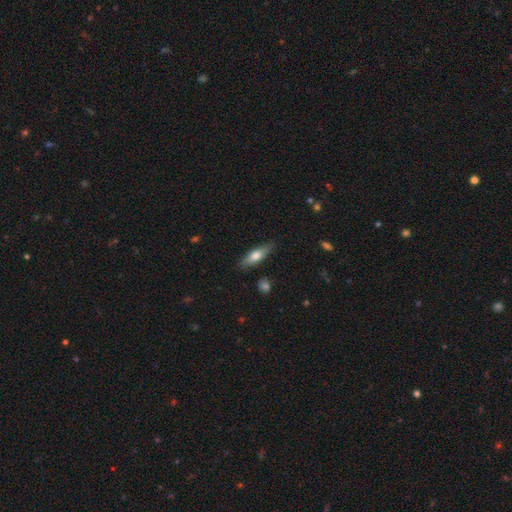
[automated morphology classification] Smooth or featured?
  - smooth: 62% *
  - featured or disk: 32%
  - star or artifact: 6%
How rounded?
  - cigar-shaped: 54% *
  - in between: 43%
  - round: 3%
Merging?
  - none: 82% *
  - minor disturbance: 13%
  - major disturbance: 3%
  - merger: 2%